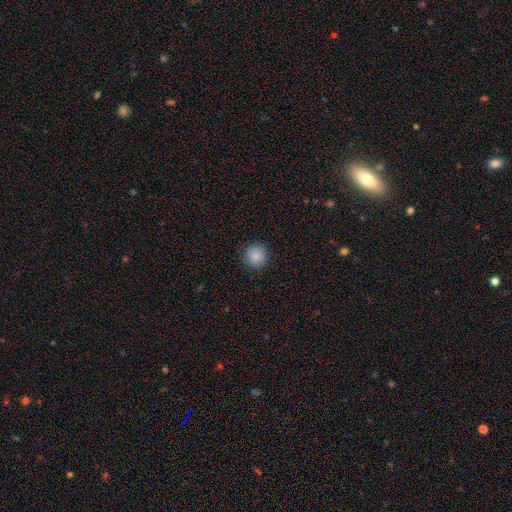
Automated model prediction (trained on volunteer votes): The model was most divided on "smooth or featured": smooth: 87%, star or artifact: 9%, featured or disk: 3%. More confident: how rounded — round (94%); merging — none (91%).